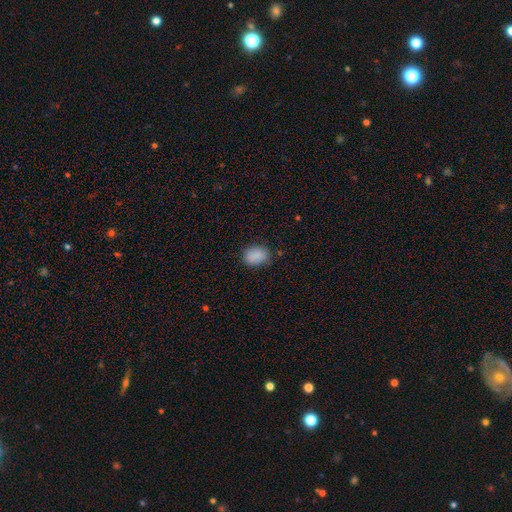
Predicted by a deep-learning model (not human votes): This appears to be a smooth galaxy with no disk features (88%) that is in between round and cigar-shaped (68%). Merging: none (78%).